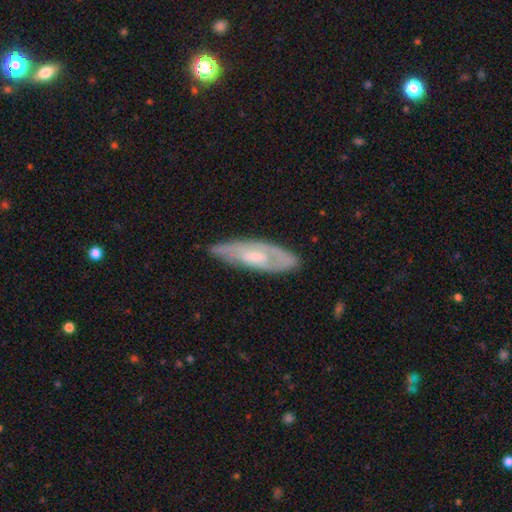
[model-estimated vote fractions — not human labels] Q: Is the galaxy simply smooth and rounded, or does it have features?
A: featured or disk — 63%.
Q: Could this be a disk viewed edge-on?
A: no — 71%.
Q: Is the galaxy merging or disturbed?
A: none — 66%.